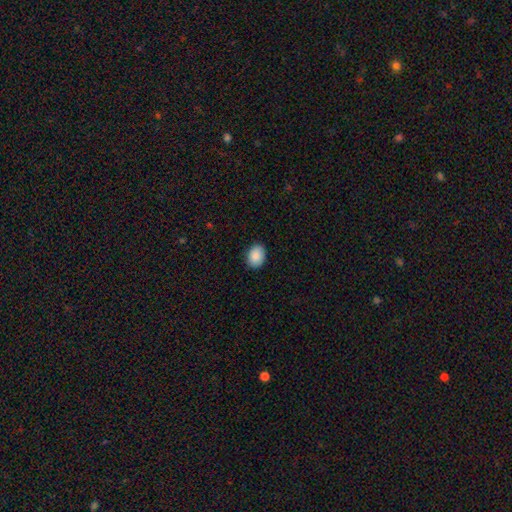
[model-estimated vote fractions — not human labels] Smooth or featured?
  - smooth: 90% *
  - star or artifact: 7%
  - featured or disk: 3%
How rounded?
  - in between: 70% *
  - round: 29%
  - cigar-shaped: 1%
Merging?
  - none: 87% *
  - minor disturbance: 10%
  - major disturbance: 2%
  - merger: 1%